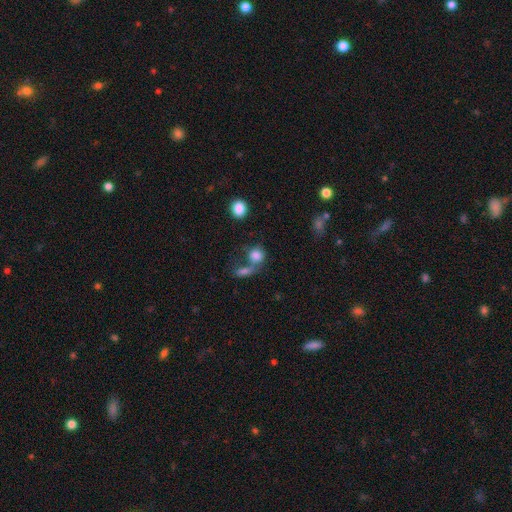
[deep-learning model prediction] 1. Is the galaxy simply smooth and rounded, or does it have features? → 79% smooth, 11% star or artifact, 10% featured or disk.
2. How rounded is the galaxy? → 67% round, 31% in between, 2% cigar-shaped.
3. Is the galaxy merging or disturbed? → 47% merger, 33% none, 10% minor disturbance, 10% major disturbance.